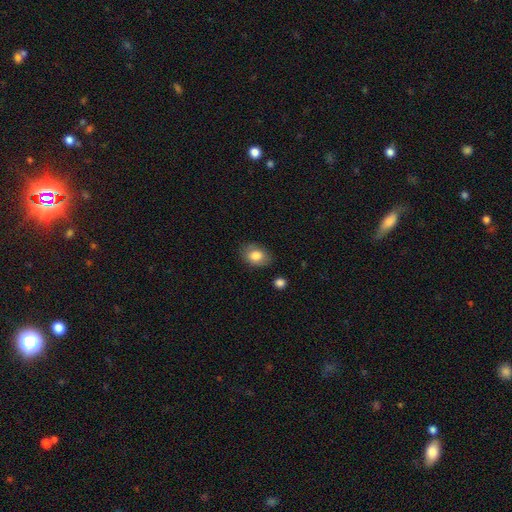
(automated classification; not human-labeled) Smooth or featured?
  - smooth: 81% *
  - featured or disk: 11%
  - star or artifact: 8%
How rounded?
  - in between: 77% *
  - round: 22%
  - cigar-shaped: 1%
Merging?
  - none: 78% *
  - minor disturbance: 16%
  - major disturbance: 4%
  - merger: 2%